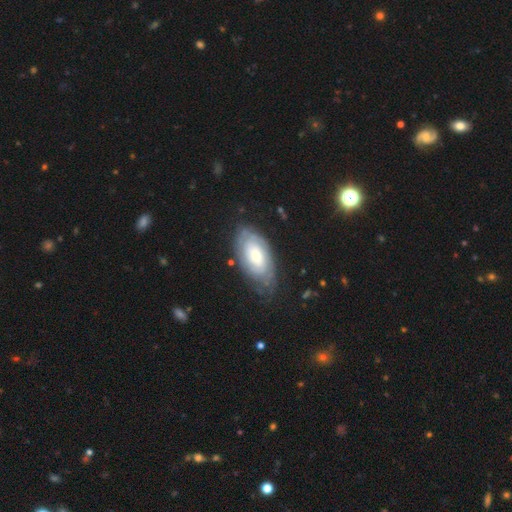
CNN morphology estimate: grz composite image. It shows a featured or disk galaxy (67%) with no bar (67%), tight (75%) spiral arms (84%) and a moderate central bulge (57%). Merging: none (74%).